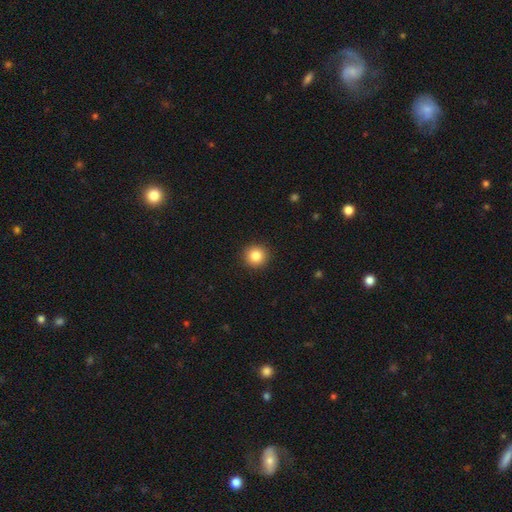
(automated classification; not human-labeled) smooth 84%, star or artifact 10%, featured or disk 5%. Down the decision tree: how rounded — round (94%); merging — none (93%).